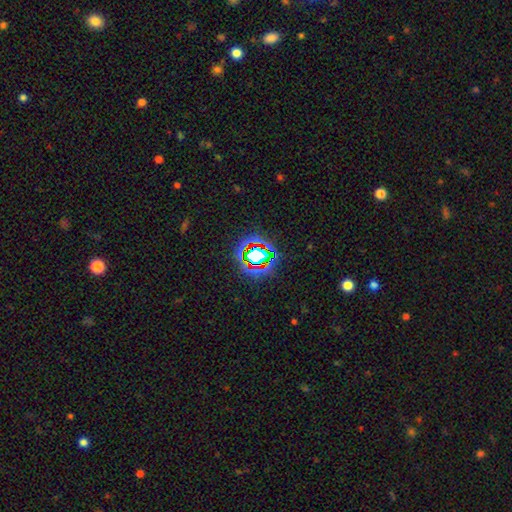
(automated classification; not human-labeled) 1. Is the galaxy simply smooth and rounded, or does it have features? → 66% star or artifact, 21% smooth, 14% featured or disk.